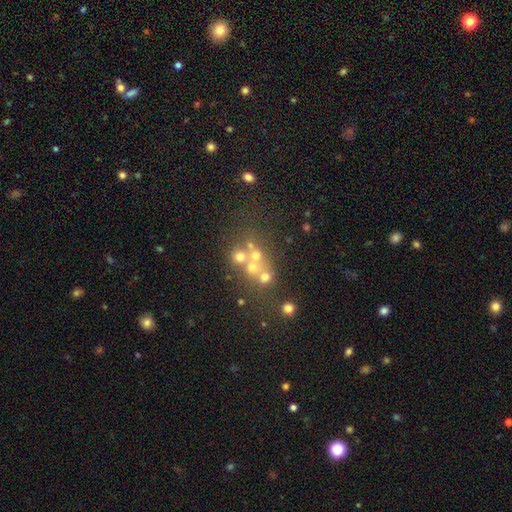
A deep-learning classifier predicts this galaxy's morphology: This is possibly a smooth galaxy (46%). Merging: marginally none (44%).